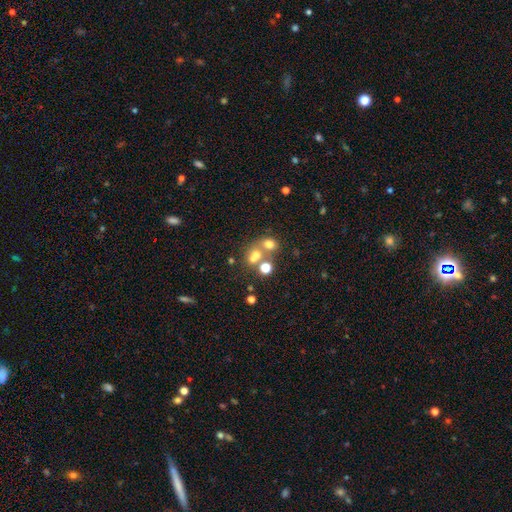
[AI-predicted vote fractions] Smooth or featured?
  - smooth: 57% *
  - star or artifact: 22%
  - featured or disk: 21%
How rounded?
  - round: 67% *
  - in between: 32%
  - cigar-shaped: 1%
Merging?
  - merger: 49% *
  - none: 38%
  - minor disturbance: 8%
  - major disturbance: 6%